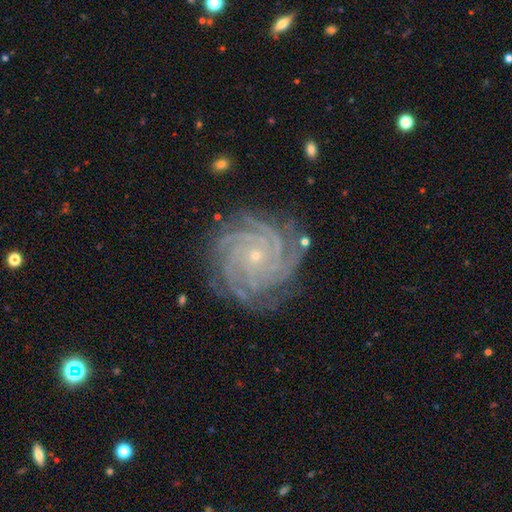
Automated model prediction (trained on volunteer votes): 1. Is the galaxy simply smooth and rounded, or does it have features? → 91% featured or disk, 6% star or artifact, 4% smooth.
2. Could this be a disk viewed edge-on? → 98% no, 2% yes.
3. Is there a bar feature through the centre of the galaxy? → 77% no, 16% weak, 7% strong.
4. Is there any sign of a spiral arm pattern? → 99% yes, 1% no.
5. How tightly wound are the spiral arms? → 85% tight, 13% medium, 2% loose.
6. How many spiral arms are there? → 33% more than 4, 31% 4, 11% 3, 10% can't tell, 8% 2, 8% 1.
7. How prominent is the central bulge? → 83% small, 14% moderate, 1% none, 1% large, 1% dominant.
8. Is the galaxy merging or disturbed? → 84% none, 12% minor disturbance, 3% major disturbance, 1% merger.